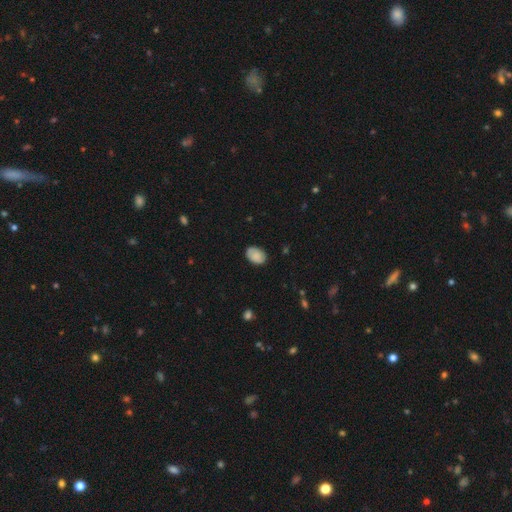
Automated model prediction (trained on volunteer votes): A smooth galaxy with no disk features (80%) that is in between round and cigar-shaped (84%).

Vote fractions:
- Smooth or featured? smooth: 80% / featured or disk: 12% / star or artifact: 8%
- How rounded? in between: 84% / round: 15% / cigar-shaped: 1%
- Merging? none: 79% / minor disturbance: 17% / major disturbance: 3% / merger: 1%